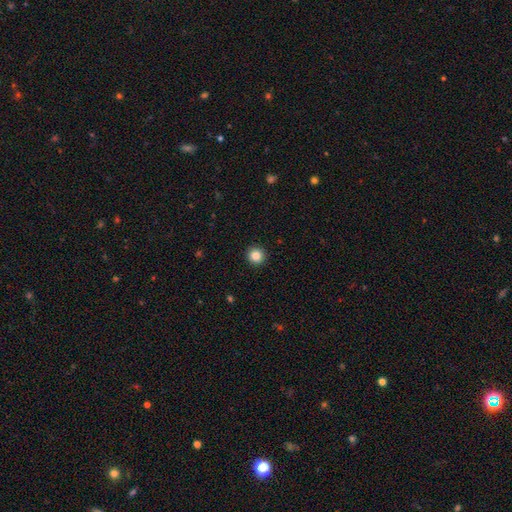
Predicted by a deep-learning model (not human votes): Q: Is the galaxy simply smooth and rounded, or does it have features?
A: smooth — 85%.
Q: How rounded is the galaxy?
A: round — 95%.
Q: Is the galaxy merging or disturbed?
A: none — 93%.